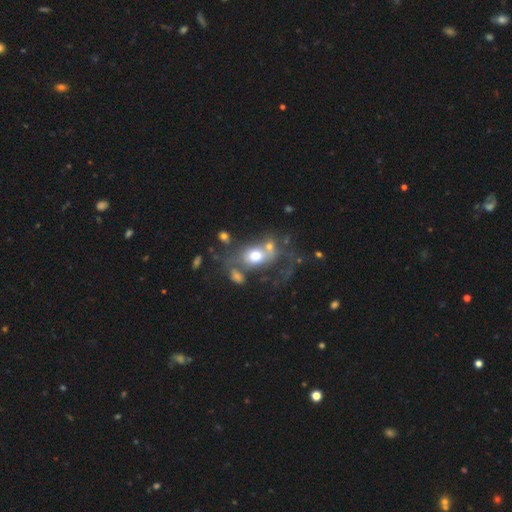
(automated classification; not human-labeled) smooth-or-featured: smooth: 60% | featured or disk: 29% | star or artifact: 11%
  how-rounded: in between: 59% | round: 39% | cigar-shaped: 2%
  merging: merger: 32% | major disturbance: 28% | none: 26% | minor disturbance: 14%